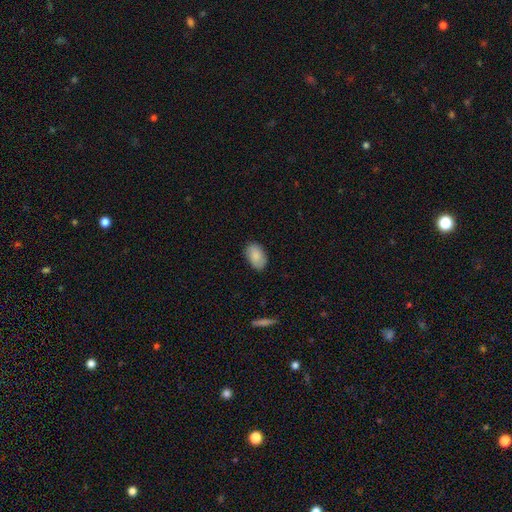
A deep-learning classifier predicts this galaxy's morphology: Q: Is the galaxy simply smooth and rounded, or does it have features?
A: smooth — 84%.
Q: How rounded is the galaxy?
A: in between — 90%.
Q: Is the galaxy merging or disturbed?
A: none — 83%.